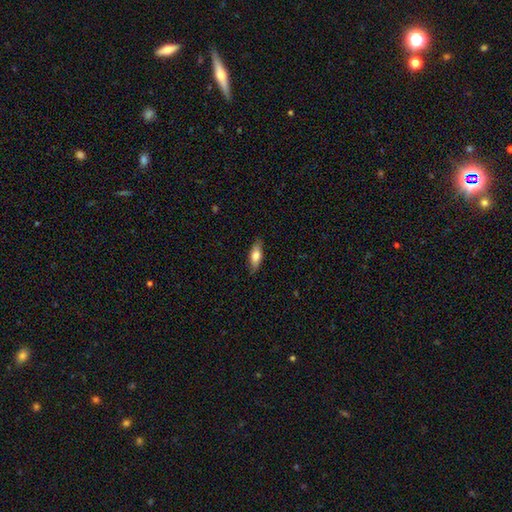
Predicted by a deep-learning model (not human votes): Smooth or featured? smooth (71%)
How rounded? in between (71%)
Merging? none (84%)